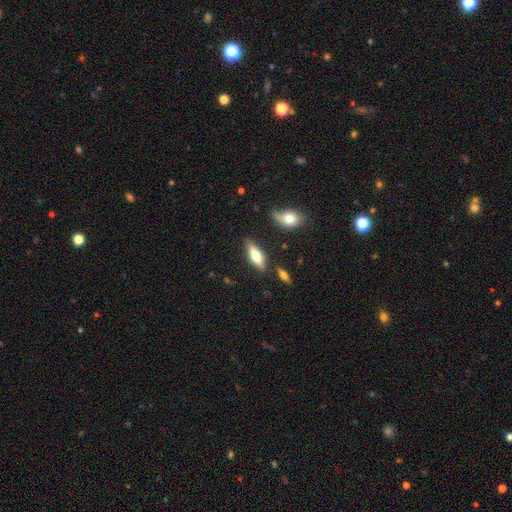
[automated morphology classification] This appears to be a smooth galaxy with no disk features (58%) that is in between round and cigar-shaped (59%). Merging: none (78%).